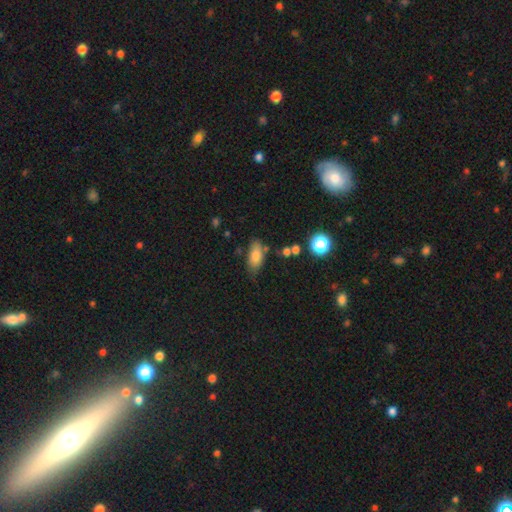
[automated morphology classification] This is likely a smooth galaxy (79%). How rounded: clearly in between (85%). Merging: likely none (66%).